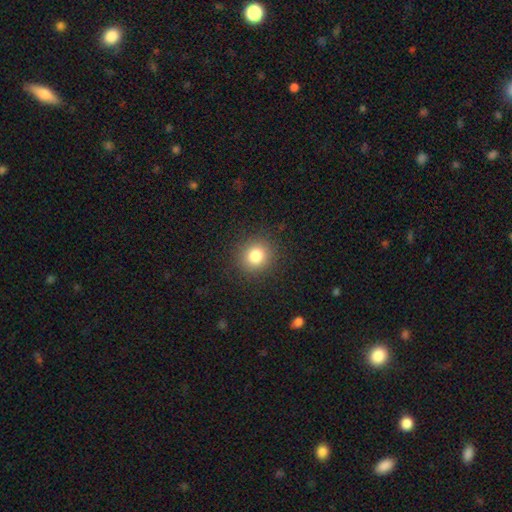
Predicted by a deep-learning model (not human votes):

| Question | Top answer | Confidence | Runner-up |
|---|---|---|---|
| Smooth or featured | smooth | 82% | star or artifact (12%) |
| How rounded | round | 88% | in between (11%) |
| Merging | none | 89% | minor disturbance (7%) |